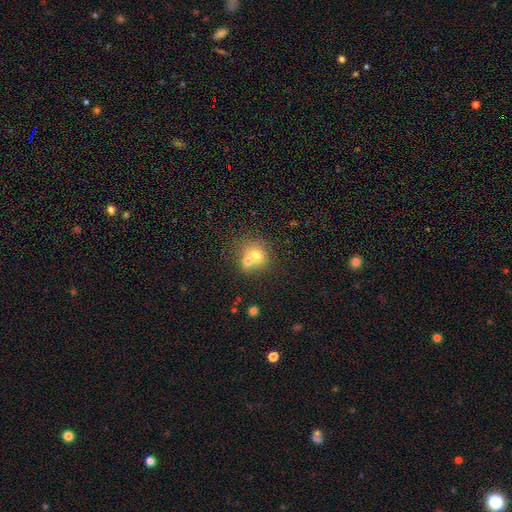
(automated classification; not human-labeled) A smooth galaxy with no disk features (67%) that is round (75%).

Vote fractions:
- Smooth or featured? smooth: 67% / featured or disk: 22% / star or artifact: 12%
- How rounded? round: 75% / in between: 24% / cigar-shaped: 1%
- Merging? merger: 55% / none: 33% / minor disturbance: 8% / major disturbance: 3%